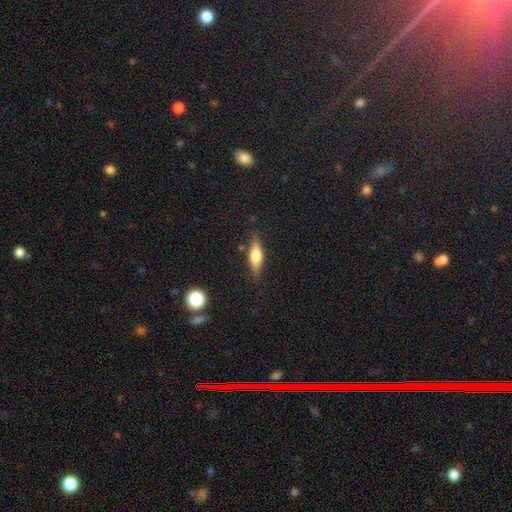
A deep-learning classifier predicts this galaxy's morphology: Smooth or featured?
  - smooth: 56% *
  - featured or disk: 37%
  - star or artifact: 8%
How rounded?
  - cigar-shaped: 49% *
  - in between: 48%
  - round: 3%
Merging?
  - none: 81% *
  - minor disturbance: 13%
  - major disturbance: 3%
  - merger: 2%